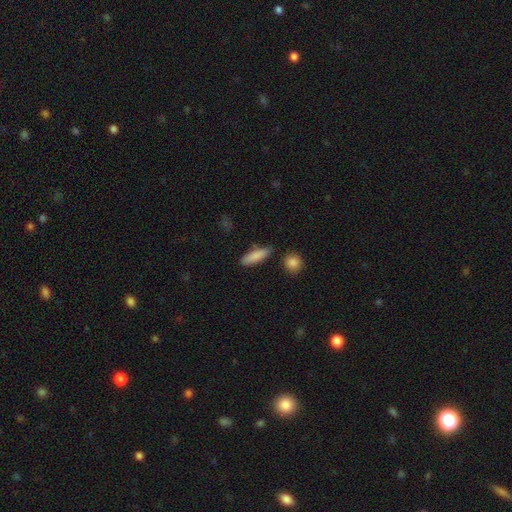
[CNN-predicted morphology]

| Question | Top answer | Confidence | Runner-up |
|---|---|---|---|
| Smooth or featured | smooth | 86% | featured or disk (7%) |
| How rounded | cigar-shaped | 50% | in between (48%) |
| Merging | none | 81% | minor disturbance (12%) |